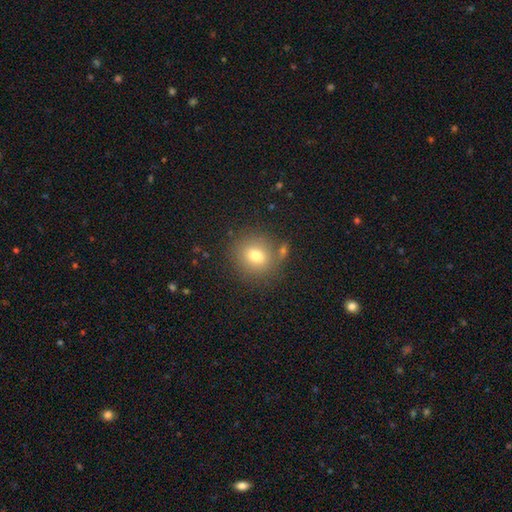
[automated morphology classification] type=smooth (76%); roundness=round (80%); merging=none (77%).